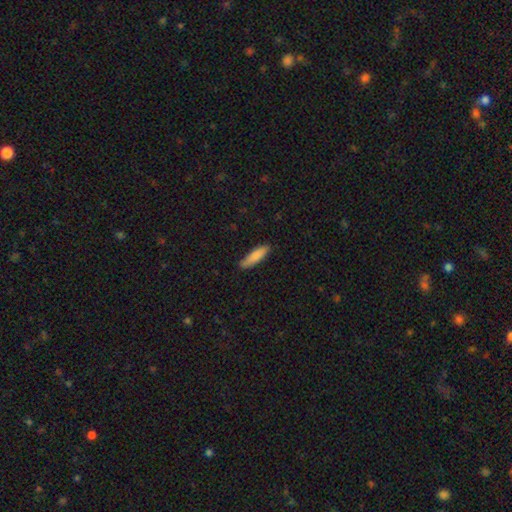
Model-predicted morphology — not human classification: smooth-or-featured: smooth: 85% | featured or disk: 9% | star or artifact: 6%
  how-rounded: cigar-shaped: 70% | in between: 28% | round: 1%
  merging: none: 85% | minor disturbance: 12% | major disturbance: 2% | merger: 1%